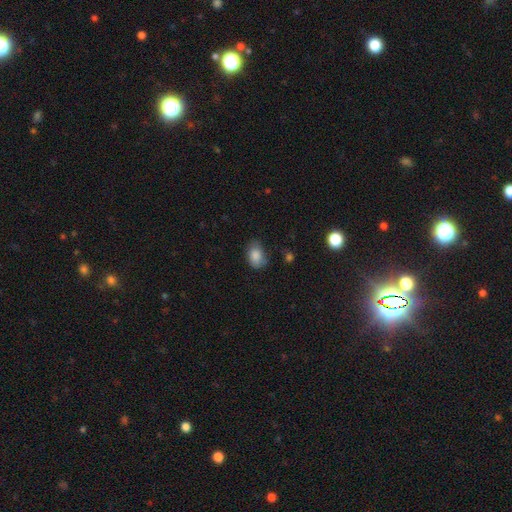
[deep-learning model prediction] smooth 84%, star or artifact 8%, featured or disk 7%. Down the decision tree: how rounded — in between (82%); merging — none (64%).